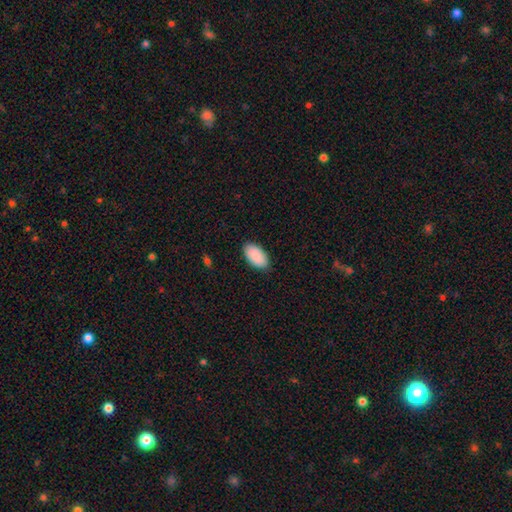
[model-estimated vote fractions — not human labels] Smooth or featured? smooth (91%)
How rounded? in between (96%)
Merging? none (87%)